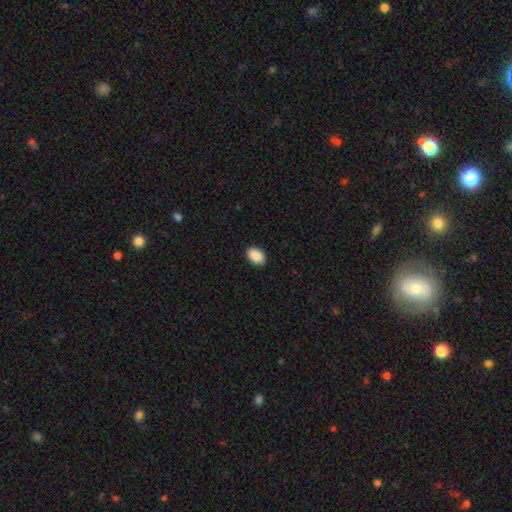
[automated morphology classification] Smooth or featured: smooth — 91% (star or artifact — 7%)
How rounded: in between — 88% (round — 11%)
Merging: none — 89% (minor disturbance — 8%)